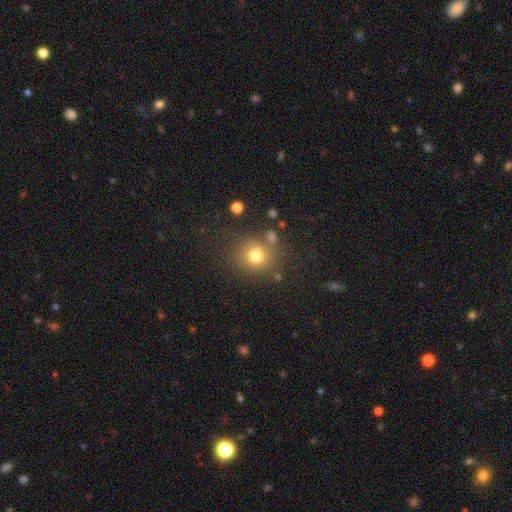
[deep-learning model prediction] smooth_or_featured: smooth (p=0.75) [alt: star or artifact p=0.15]
how_rounded: round (p=0.87) [alt: in between p=0.12]
merging: none (p=0.73) [alt: minor disturbance p=0.12]